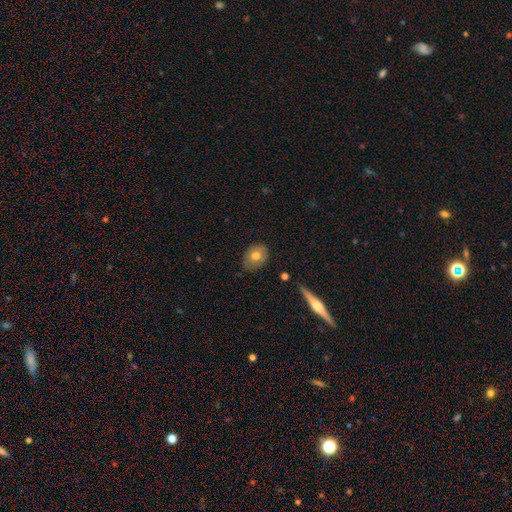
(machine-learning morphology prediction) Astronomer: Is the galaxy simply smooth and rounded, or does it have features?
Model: smooth — 73%.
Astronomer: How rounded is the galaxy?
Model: in between — 71%.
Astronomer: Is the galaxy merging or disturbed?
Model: none — 79%.